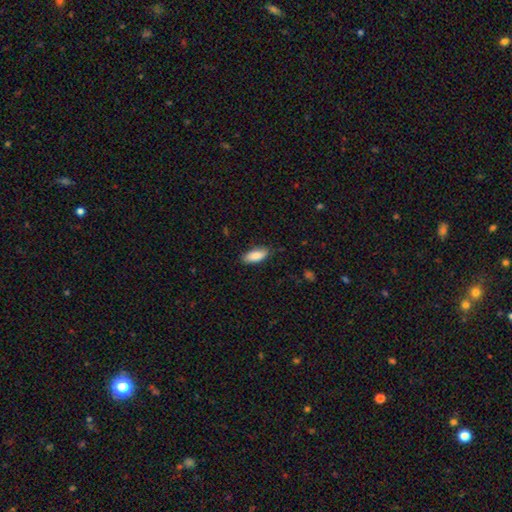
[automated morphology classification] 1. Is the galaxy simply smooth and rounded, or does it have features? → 87% smooth, 7% featured or disk, 6% star or artifact.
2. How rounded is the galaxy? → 82% in between, 16% cigar-shaped, 2% round.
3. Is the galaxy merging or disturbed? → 83% none, 14% minor disturbance, 2% major disturbance, 1% merger.